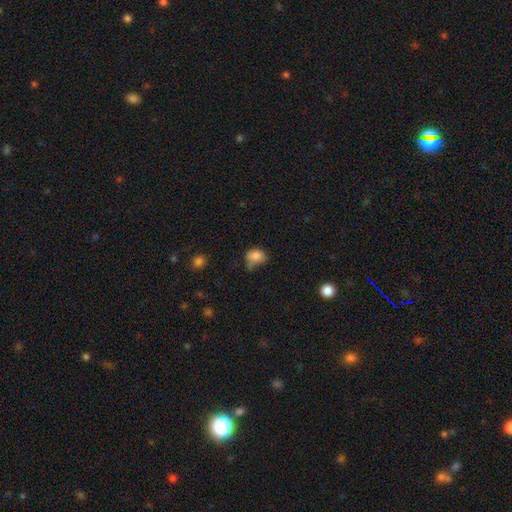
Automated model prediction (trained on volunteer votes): Smooth or featured? Predicted: smooth (p=0.80). How rounded? Predicted: in between (p=0.60). Merging? Predicted: minor disturbance (p=0.37, tied with none).